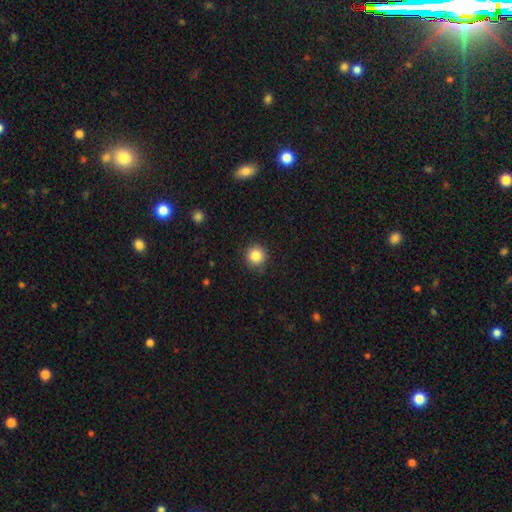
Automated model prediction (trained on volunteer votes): Morphology: type=smooth (85%); roundness=round (94%); merging=none (88%).